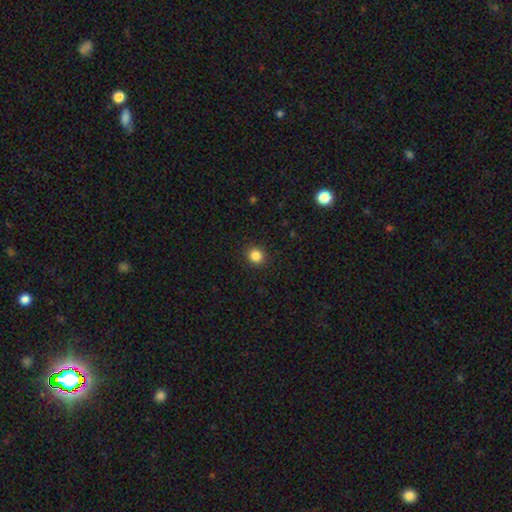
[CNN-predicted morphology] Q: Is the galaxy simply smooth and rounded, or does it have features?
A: smooth — 85%.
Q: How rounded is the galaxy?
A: round — 85%.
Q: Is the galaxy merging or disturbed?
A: none — 91%.